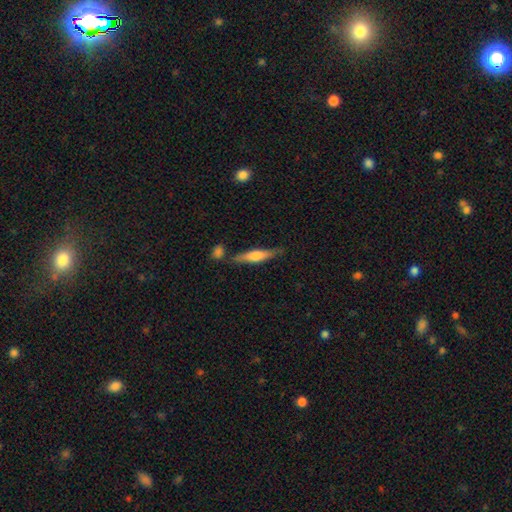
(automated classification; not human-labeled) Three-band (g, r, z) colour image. It shows a smooth galaxy with no disk features (52%) that is cigar-shaped (80%). Merging: none (71%).